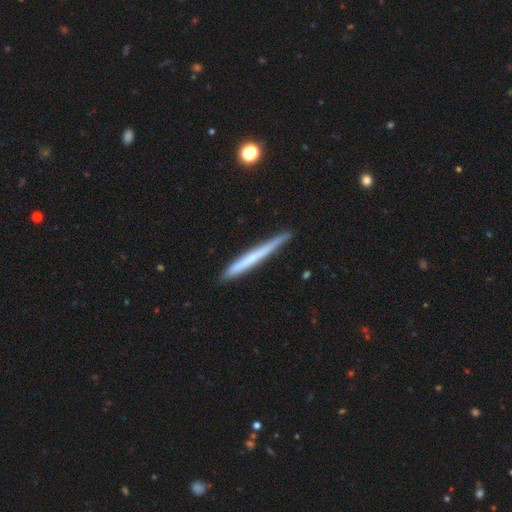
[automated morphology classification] This is possibly a smooth galaxy (52%). How rounded: clearly cigar-shaped (97%). Merging: clearly none (89%).